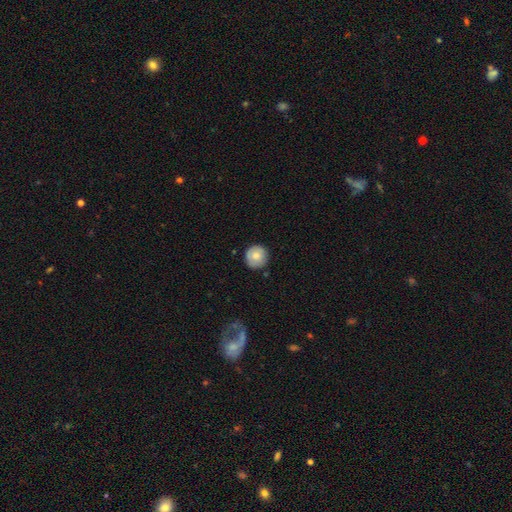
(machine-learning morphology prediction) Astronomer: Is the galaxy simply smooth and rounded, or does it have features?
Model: smooth — 75%.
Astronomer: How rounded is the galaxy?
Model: round — 95%.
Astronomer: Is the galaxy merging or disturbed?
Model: none — 85%.